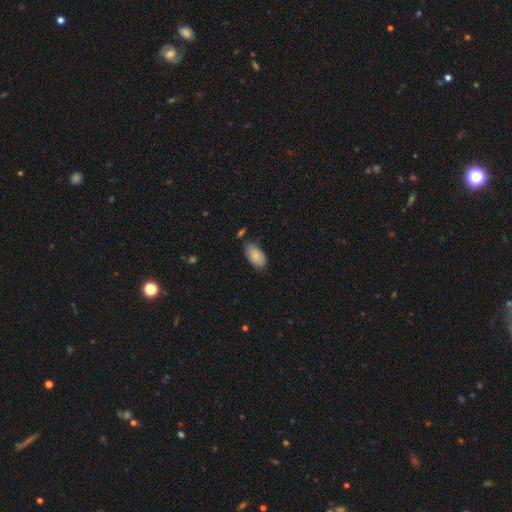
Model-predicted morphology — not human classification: A smooth galaxy with no disk features (85%) that is in between round and cigar-shaped (95%).

Vote fractions:
- Smooth or featured? smooth: 85% / featured or disk: 8% / star or artifact: 7%
- How rounded? in between: 95% / round: 3% / cigar-shaped: 2%
- Merging? none: 75% / minor disturbance: 18% / merger: 3% / major disturbance: 3%